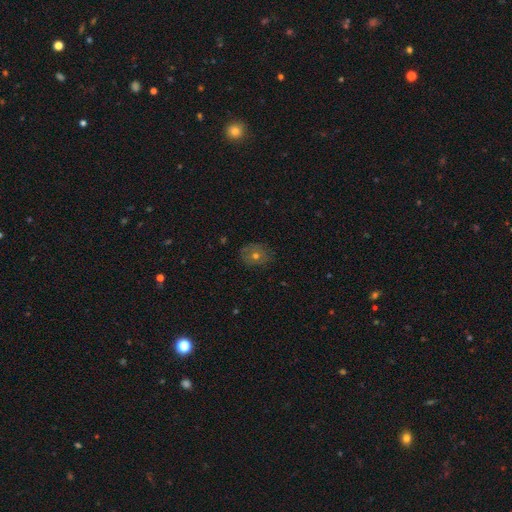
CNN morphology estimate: smooth-or-featured: smooth: 46% | featured or disk: 37% | star or artifact: 17%
  merging: none: 80% | minor disturbance: 14% | major disturbance: 4% | merger: 1%